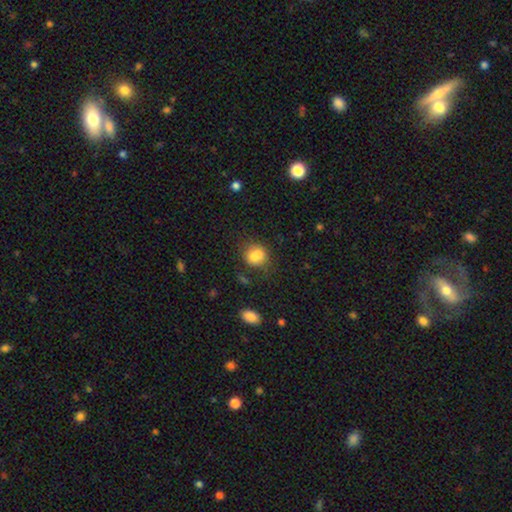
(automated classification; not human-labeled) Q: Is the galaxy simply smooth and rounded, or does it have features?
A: smooth — 76%.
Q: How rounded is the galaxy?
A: round — 66%.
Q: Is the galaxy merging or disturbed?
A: none — 52%.